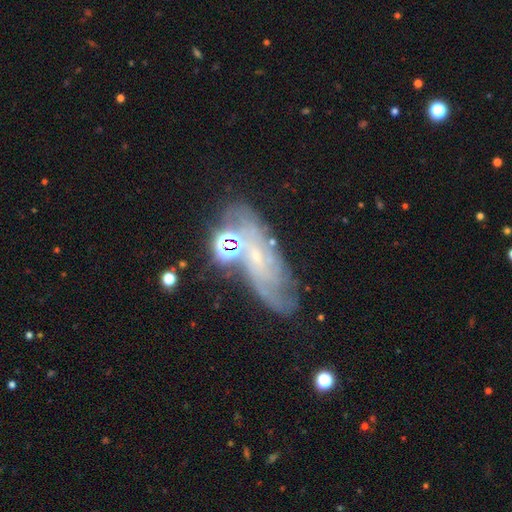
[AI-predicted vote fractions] This appears to be a featured or disk galaxy (68%) with no bar (61%), spiral arms (81%) and a small central bulge (70%). Merging: none (55%).